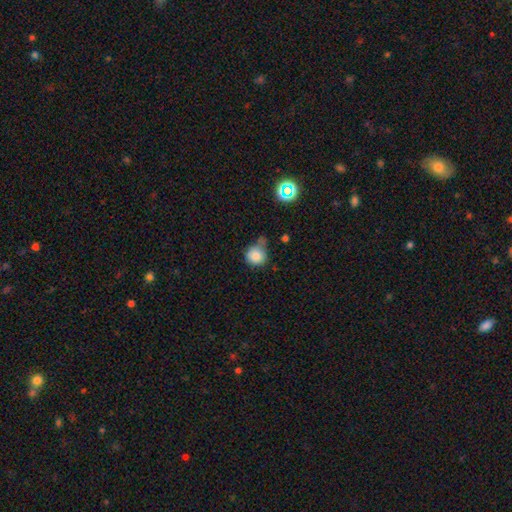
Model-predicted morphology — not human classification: This appears to be a smooth galaxy with no disk features (83%) that is round (90%). Merging: none (48%).